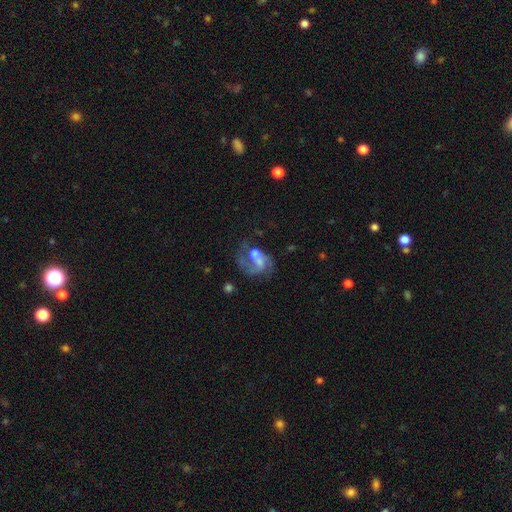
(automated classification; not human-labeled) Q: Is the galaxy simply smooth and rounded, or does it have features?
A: featured or disk — 69%.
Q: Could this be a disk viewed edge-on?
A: no — 98%.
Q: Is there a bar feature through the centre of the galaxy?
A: no — 54%.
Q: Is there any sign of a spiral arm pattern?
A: yes — 75%.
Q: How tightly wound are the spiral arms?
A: medium — 43%.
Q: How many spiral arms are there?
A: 2 — 48%.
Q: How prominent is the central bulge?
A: moderate — 34%.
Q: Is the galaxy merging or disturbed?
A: major disturbance — 32%.